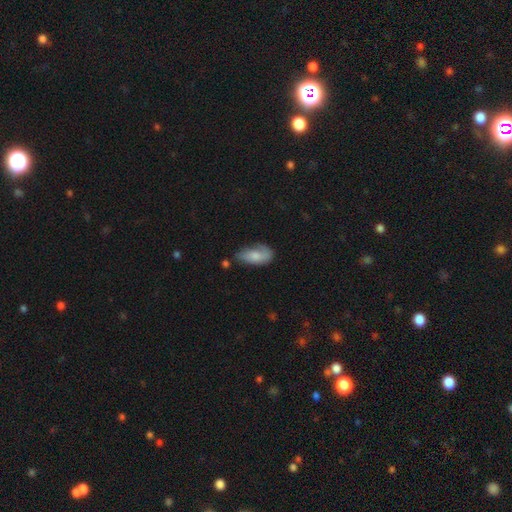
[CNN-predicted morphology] Smooth or featured? Predicted: smooth (p=0.68). How rounded? Predicted: in between (p=0.90). Merging? Predicted: none (p=0.48).